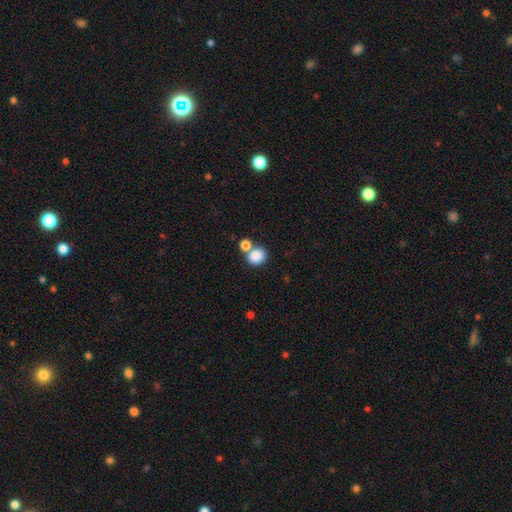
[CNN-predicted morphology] Smooth or featured?
  - smooth: 85% *
  - star or artifact: 9%
  - featured or disk: 6%
How rounded?
  - round: 77% *
  - in between: 22%
  - cigar-shaped: 1%
Merging?
  - none: 52% *
  - merger: 36%
  - minor disturbance: 8%
  - major disturbance: 3%